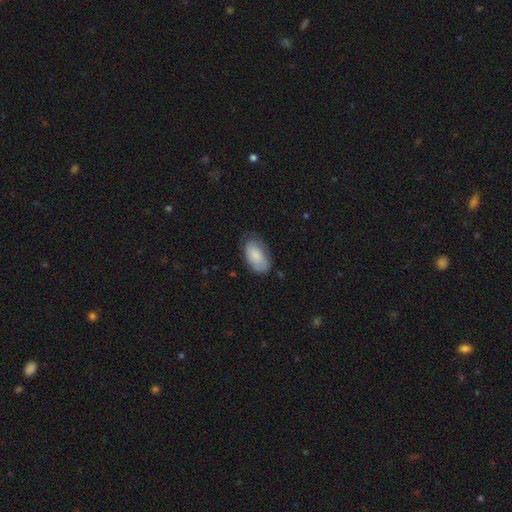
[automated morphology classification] Smooth or featured? smooth (77%)
How rounded? in between (94%)
Merging? none (62%)